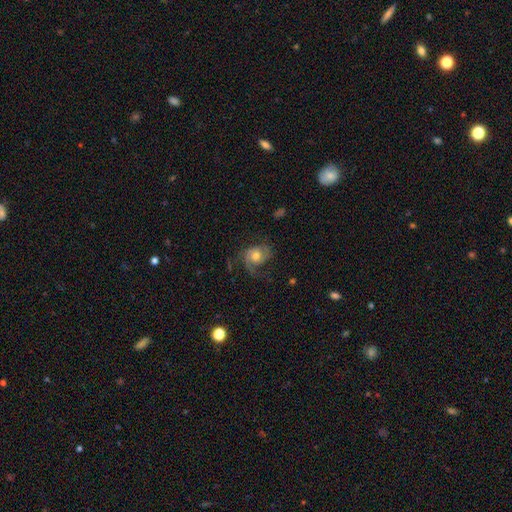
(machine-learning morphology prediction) featured or disk 72%, smooth 21%, star or artifact 7%. Down the decision tree: edge-on disk — no (98%); bar — no (70%); spiral arms — yes (92%); spiral arm count — 2 (61%); spiral winding — medium (45%); bulge size — moderate (69%); merging — none (55%).